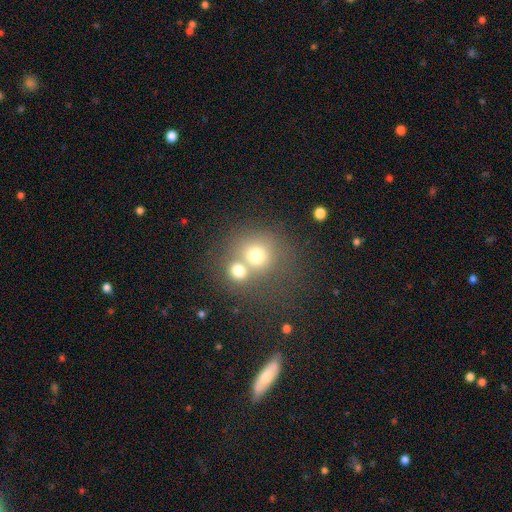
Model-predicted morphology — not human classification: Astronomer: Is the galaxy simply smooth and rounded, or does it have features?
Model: smooth — 69%.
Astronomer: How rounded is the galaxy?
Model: round — 82%.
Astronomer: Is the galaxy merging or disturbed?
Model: merger — 51% (runner-up: none, 38%).